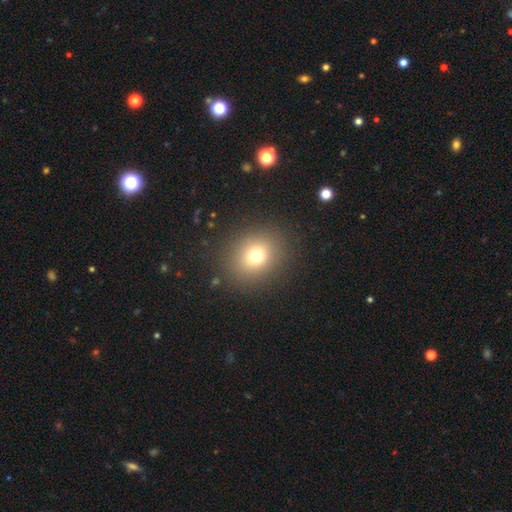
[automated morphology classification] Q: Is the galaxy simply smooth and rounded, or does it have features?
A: smooth — 72%.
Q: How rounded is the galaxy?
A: round — 71%.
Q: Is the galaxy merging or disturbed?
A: none — 87%.